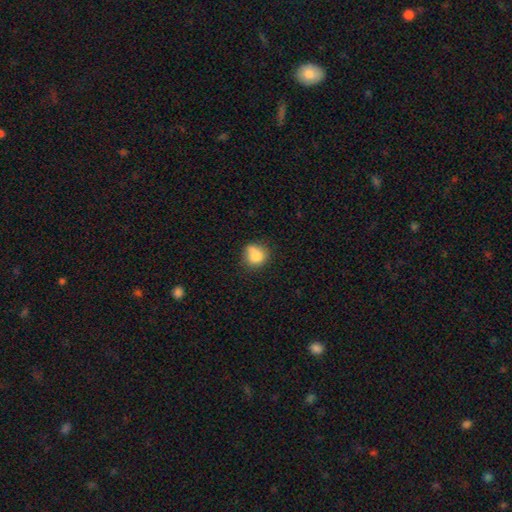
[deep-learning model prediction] Smooth or featured: smooth — 78% (featured or disk — 12%)
How rounded: round — 79% (in between — 20%)
Merging: none — 51% (merger — 22%)